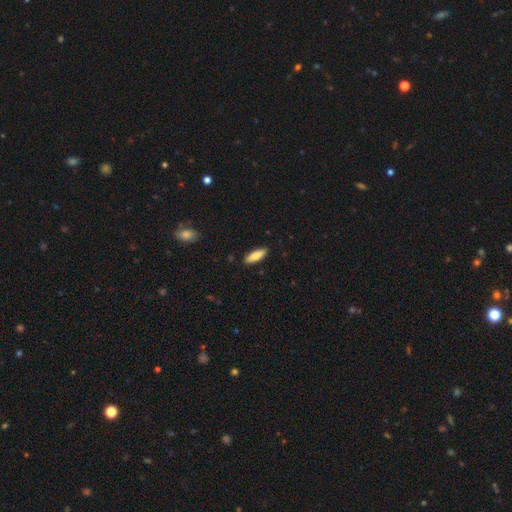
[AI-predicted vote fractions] This appears to be a smooth galaxy with no disk features (80%) that is in between round and cigar-shaped (56%). Merging: none (89%).